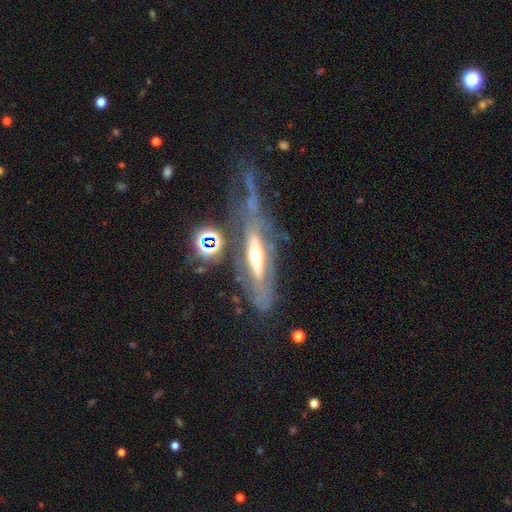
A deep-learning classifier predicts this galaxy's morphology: featured or disk 72%, smooth 18%, star or artifact 9%. Down the decision tree: edge-on disk — no (56%); merging — major disturbance (37%).